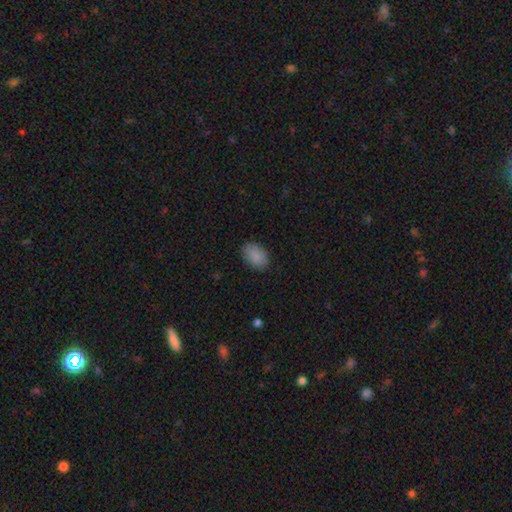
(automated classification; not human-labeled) Smooth or featured? smooth (88%)
How rounded? in between (85%)
Merging? none (85%)